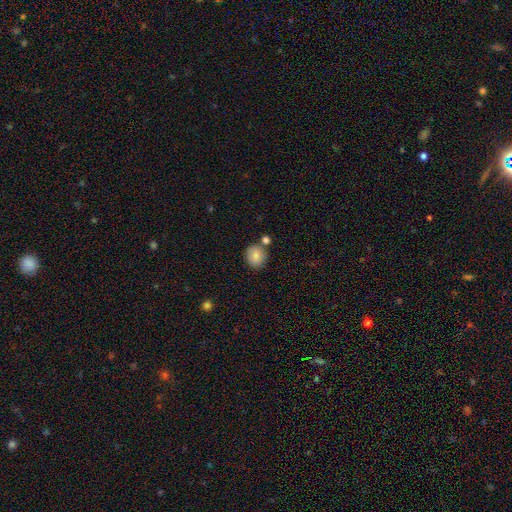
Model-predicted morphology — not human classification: Overall: smooth (85%). How rounded: round (80%). Merging: none (75%).